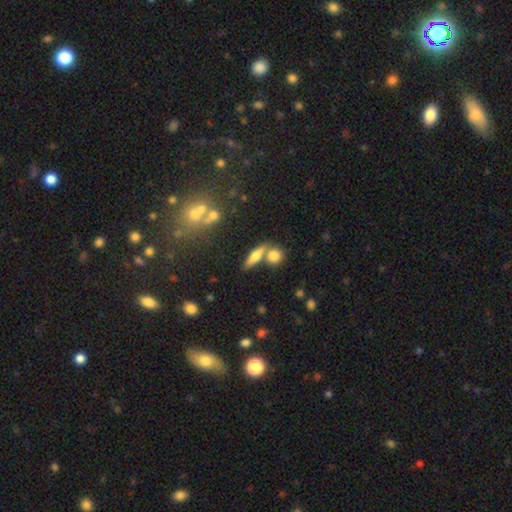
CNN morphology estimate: smooth_or_featured: smooth (p=0.59) [alt: featured or disk p=0.31]
how_rounded: cigar-shaped (p=0.50) [alt: in between p=0.32]
merging: none (p=0.63) [alt: merger p=0.23]